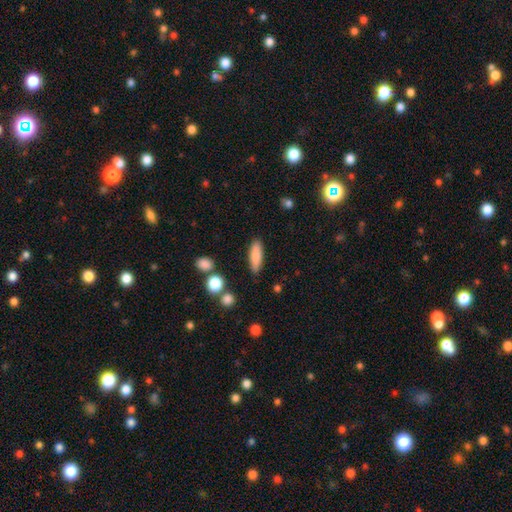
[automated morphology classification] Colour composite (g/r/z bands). It shows a smooth galaxy with no disk features (82%) that is cigar-shaped (53%). Merging: none (86%).